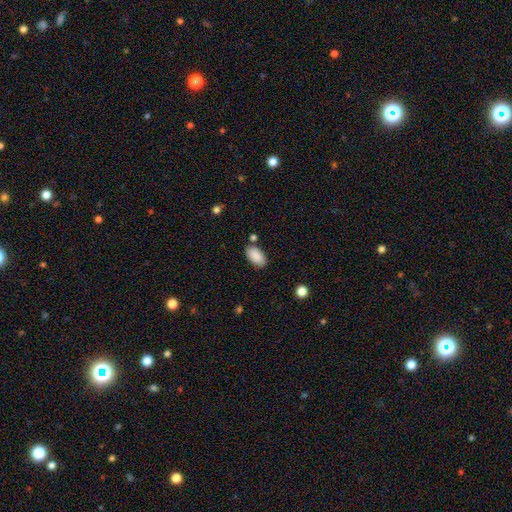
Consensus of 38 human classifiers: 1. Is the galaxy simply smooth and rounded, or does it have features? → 92% smooth, 5% featured or disk, 3% star or artifact.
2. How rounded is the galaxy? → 100% in between, 0% round, 0% cigar-shaped.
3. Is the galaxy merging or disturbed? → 73% none, 16% minor disturbance, 8% merger, 3% major disturbance.